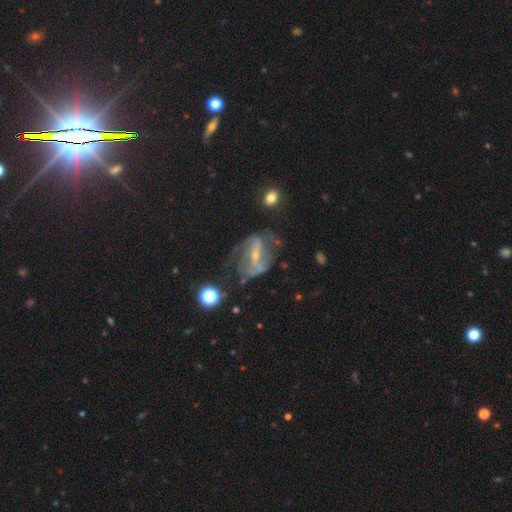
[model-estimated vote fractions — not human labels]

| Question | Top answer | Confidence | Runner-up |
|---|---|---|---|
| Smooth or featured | featured or disk | 82% | smooth (10%) |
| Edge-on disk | no | 94% | yes (6%) |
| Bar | strong | 54% | weak (31%) |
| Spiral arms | yes | 86% | no (14%) |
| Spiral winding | loose | 44% | medium (39%) |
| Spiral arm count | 2 | 77% | can't tell (13%) |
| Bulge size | small | 68% | moderate (27%) |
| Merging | none | 50% | minor disturbance (23%) |